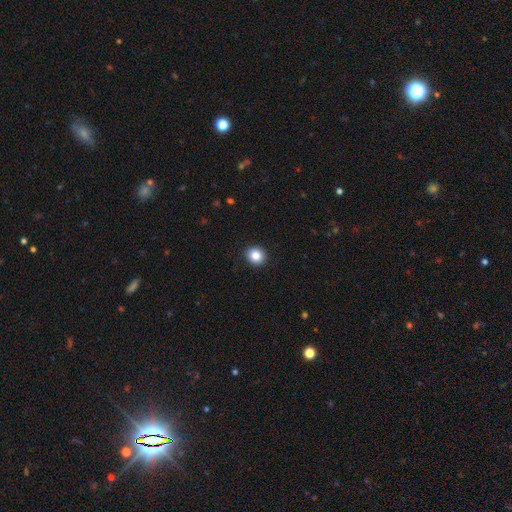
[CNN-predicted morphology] smooth 85%, star or artifact 10%, featured or disk 6%. Down the decision tree: how rounded — round (87%); merging — none (93%).